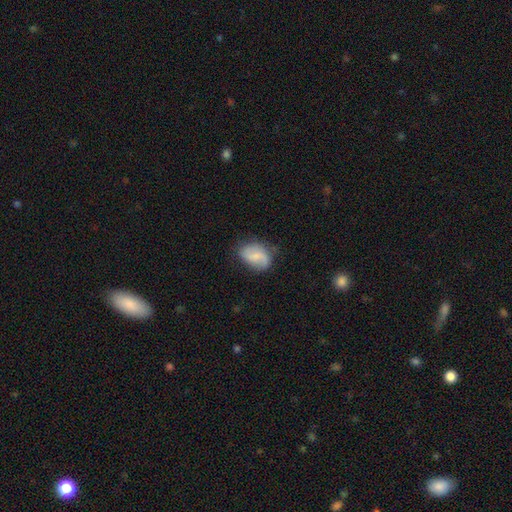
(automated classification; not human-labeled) Q: Smooth or featured?
A: featured or disk (49%); runner-up: smooth (44%)
Q: Merging?
A: none (67%); runner-up: minor disturbance (24%)